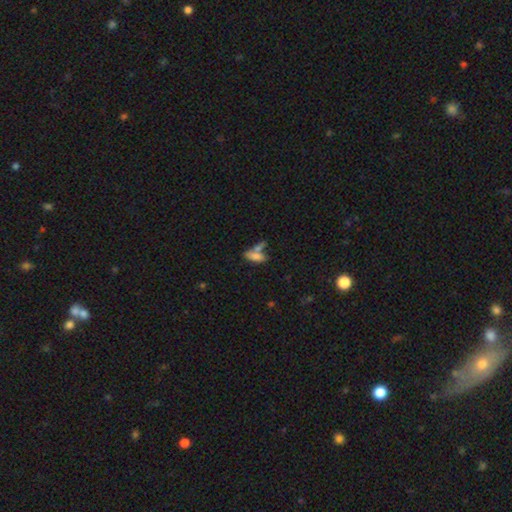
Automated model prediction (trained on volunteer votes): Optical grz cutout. It shows a smooth galaxy with no disk features (74%) that is in between round and cigar-shaped (72%). Merging: merger (44%).